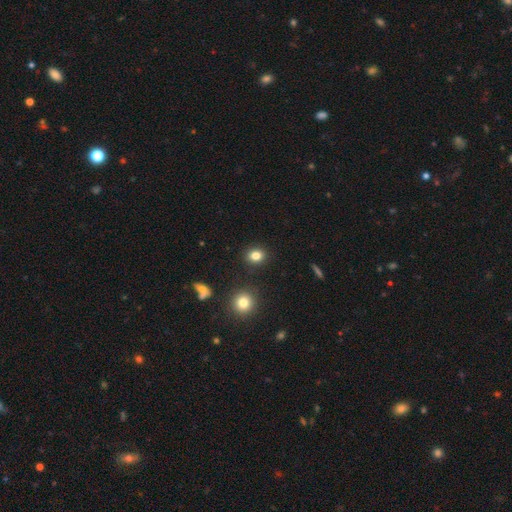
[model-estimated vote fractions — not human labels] smooth_or_featured: smooth (p=0.83) [alt: star or artifact p=0.12]
how_rounded: round (p=0.71) [alt: in between p=0.28]
merging: none (p=0.90) [alt: minor disturbance p=0.06]